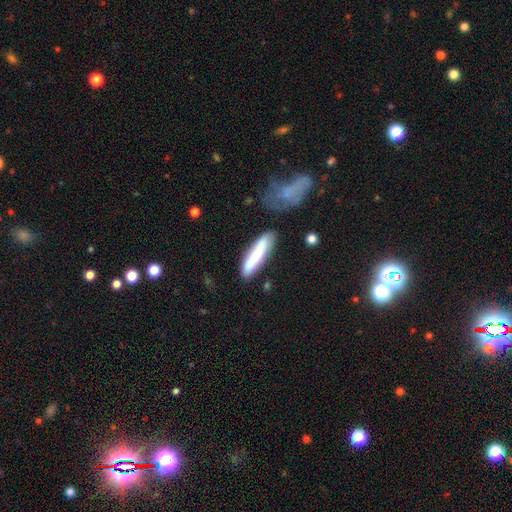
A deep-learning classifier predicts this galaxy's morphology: smooth 71%, featured or disk 23%, star or artifact 6%. Down the decision tree: how rounded — cigar-shaped (82%); merging — none (77%).